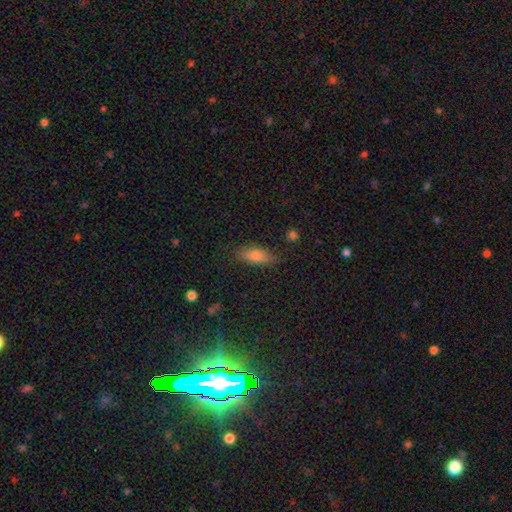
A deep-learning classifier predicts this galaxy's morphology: This appears to be a smooth galaxy with no disk features (72%) that is in between round and cigar-shaped (73%). Merging: none (80%).